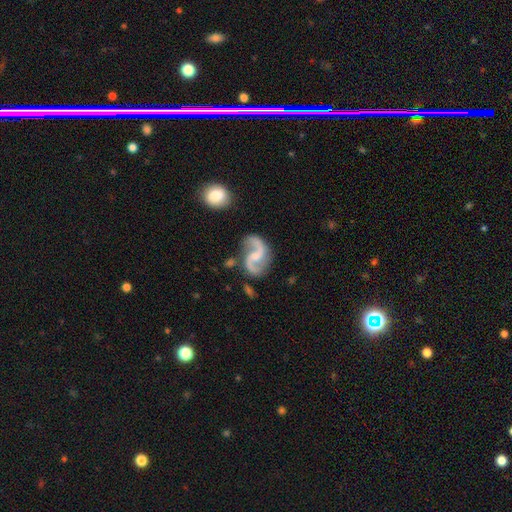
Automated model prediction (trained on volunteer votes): Smooth or featured: featured or disk — 92% (star or artifact — 4%)
Edge-on disk: no — 98% (yes — 2%)
Bar: no — 46% (weak — 41%)
Spiral arms: yes — 98% (no — 2%)
Spiral winding: loose — 58% (medium — 36%)
Spiral arm count: 2 — 94% (1 — 2%)
Bulge size: small — 48% (moderate — 33%)
Merging: none — 77% (minor disturbance — 14%)